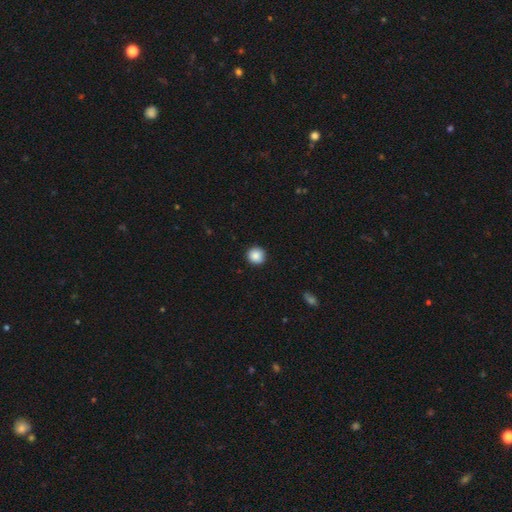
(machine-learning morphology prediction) type=smooth (88%); roundness=round (95%); merging=none (92%).